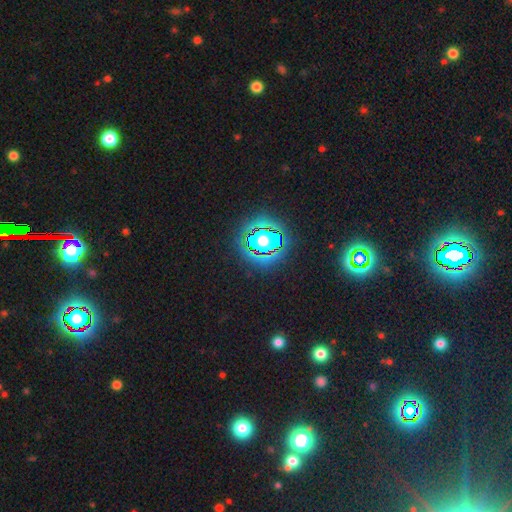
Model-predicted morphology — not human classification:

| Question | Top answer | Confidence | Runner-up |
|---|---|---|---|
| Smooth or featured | star or artifact | 79% | smooth (13%) |